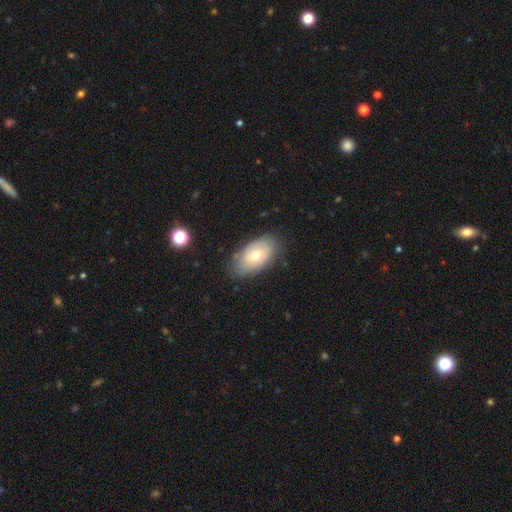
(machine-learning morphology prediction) type=smooth (61%); roundness=in between (92%); merging=none (75%).